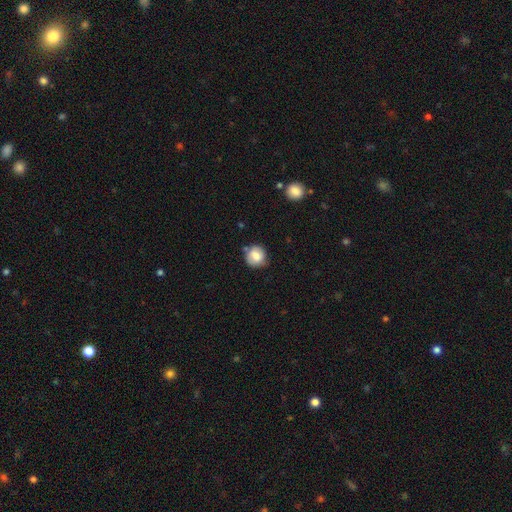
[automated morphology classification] Smooth or featured? Predicted: smooth (p=0.76). How rounded? Predicted: round (p=0.88). Merging? Predicted: none (p=0.71).